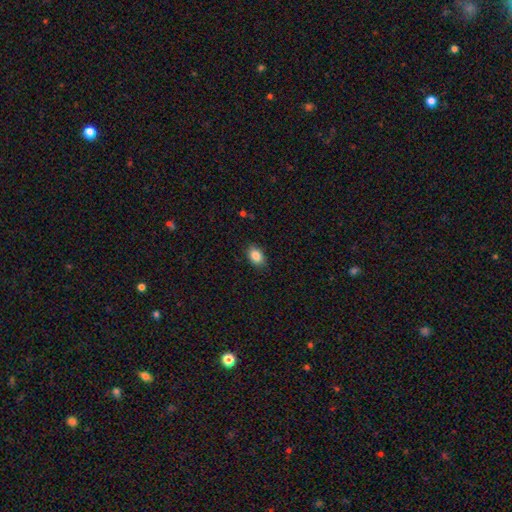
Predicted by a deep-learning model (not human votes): A smooth galaxy with no disk features (86%) that is in between round and cigar-shaped (84%). Merging: none (87%).